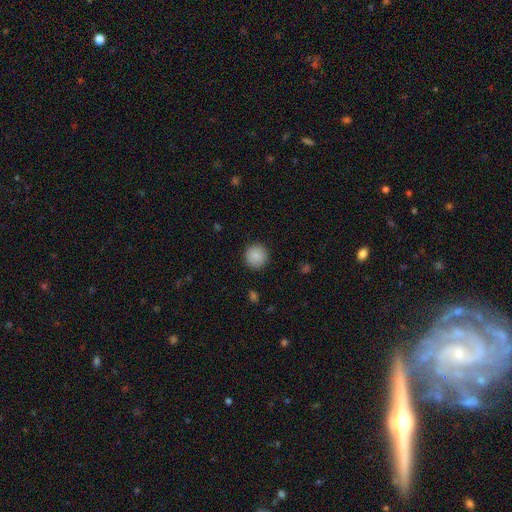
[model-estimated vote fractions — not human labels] Overall: smooth (88%). How rounded: round (94%). Merging: none (91%).